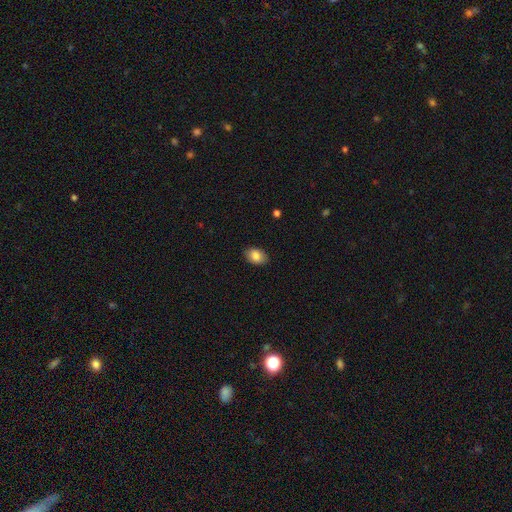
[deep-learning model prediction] Smooth or featured: smooth — 85% (star or artifact — 8%)
How rounded: in between — 85% (round — 14%)
Merging: none — 88% (minor disturbance — 9%)